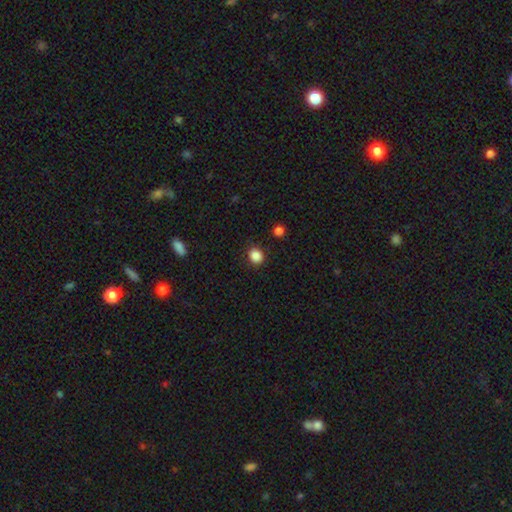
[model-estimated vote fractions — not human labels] smooth 87%, star or artifact 10%, featured or disk 3%. Down the decision tree: how rounded — round (72%); merging — none (89%).